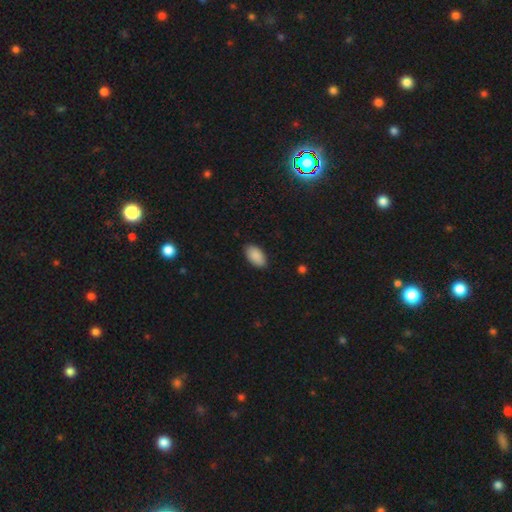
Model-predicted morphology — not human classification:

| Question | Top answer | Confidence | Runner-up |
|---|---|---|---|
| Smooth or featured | smooth | 89% | star or artifact (7%) |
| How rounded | in between | 95% | round (3%) |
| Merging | none | 85% | minor disturbance (12%) |